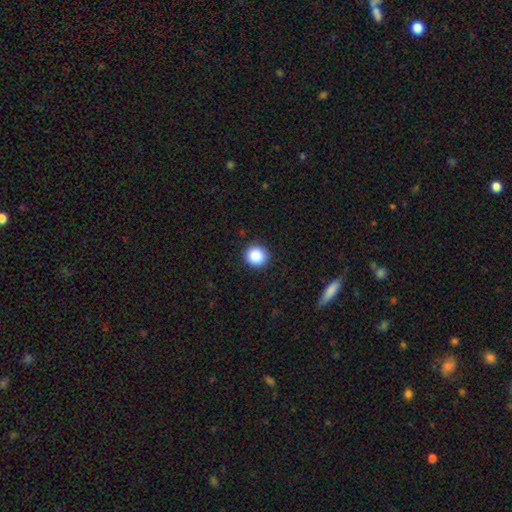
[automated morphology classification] Q: Smooth or featured?
A: smooth (88%); runner-up: star or artifact (9%)
Q: How rounded?
A: round (92%); runner-up: in between (7%)
Q: Merging?
A: none (91%); runner-up: minor disturbance (6%)